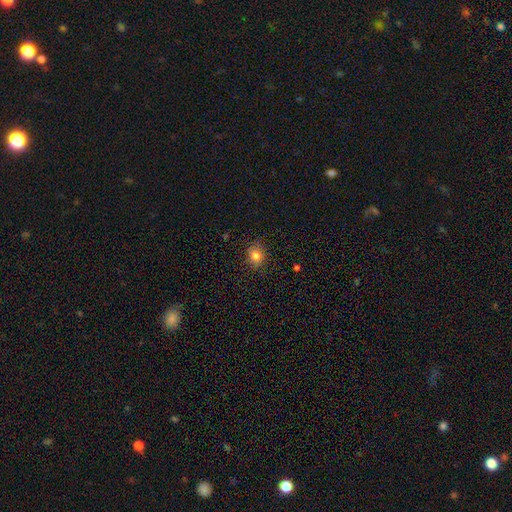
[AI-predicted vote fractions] smooth 79%, star or artifact 12%, featured or disk 8%. Down the decision tree: how rounded — round (66%); merging — none (84%).